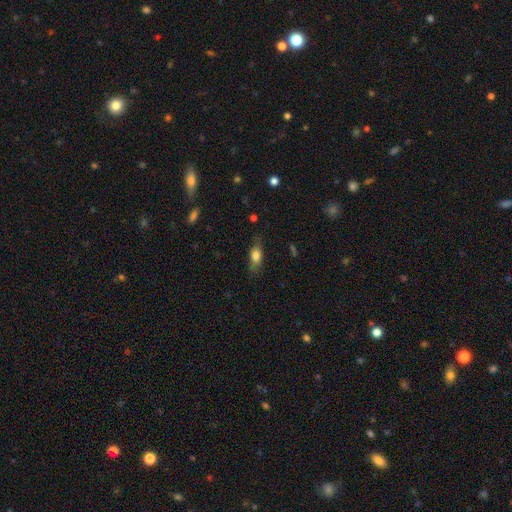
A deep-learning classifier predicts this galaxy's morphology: Smooth or featured? smooth (73%)
How rounded? in between (73%)
Merging? none (73%)